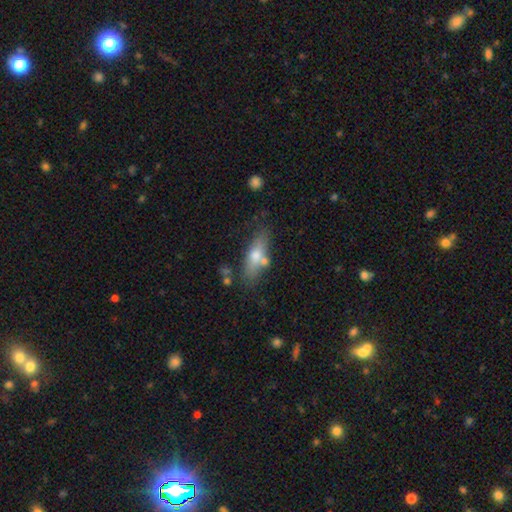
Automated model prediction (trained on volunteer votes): smooth-or-featured: smooth: 59% | featured or disk: 34% | star or artifact: 7%
  how-rounded: in between: 53% | cigar-shaped: 43% | round: 4%
  merging: none: 67% | minor disturbance: 16% | merger: 12% | major disturbance: 5%